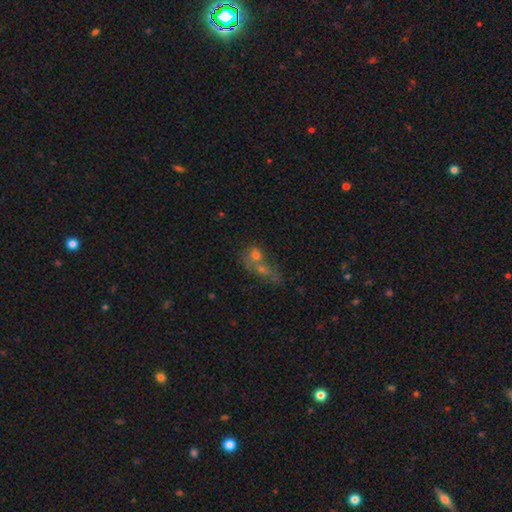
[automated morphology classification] This is possibly a smooth galaxy (59%). How rounded: possibly round (54%). Merging: likely merger (70%).